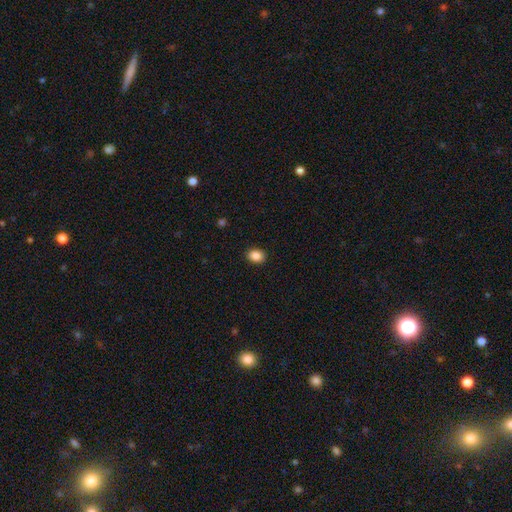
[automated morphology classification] Smooth or featured?
  - smooth: 87% *
  - star or artifact: 9%
  - featured or disk: 3%
How rounded?
  - in between: 63% *
  - round: 36%
  - cigar-shaped: 1%
Merging?
  - none: 91% *
  - minor disturbance: 6%
  - major disturbance: 2%
  - merger: 1%